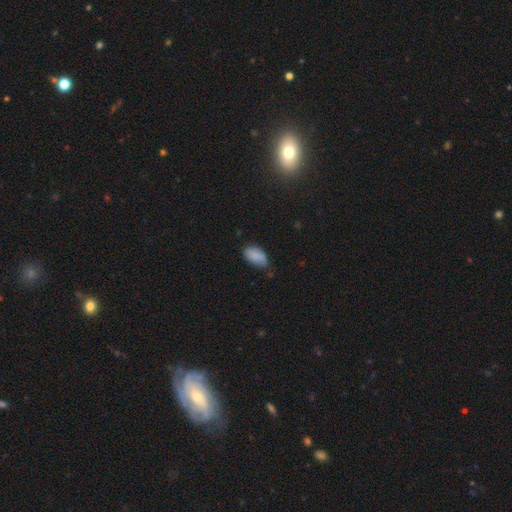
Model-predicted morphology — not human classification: Overall: smooth (86%). How rounded: in between (94%). Merging: none (59%; minor disturbance 33%).